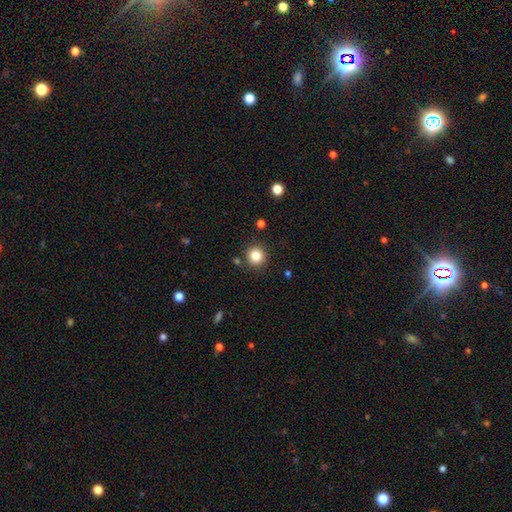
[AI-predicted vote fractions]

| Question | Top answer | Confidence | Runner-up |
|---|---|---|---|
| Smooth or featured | smooth | 84% | star or artifact (12%) |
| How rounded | round | 93% | in between (7%) |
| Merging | none | 88% | minor disturbance (7%) |